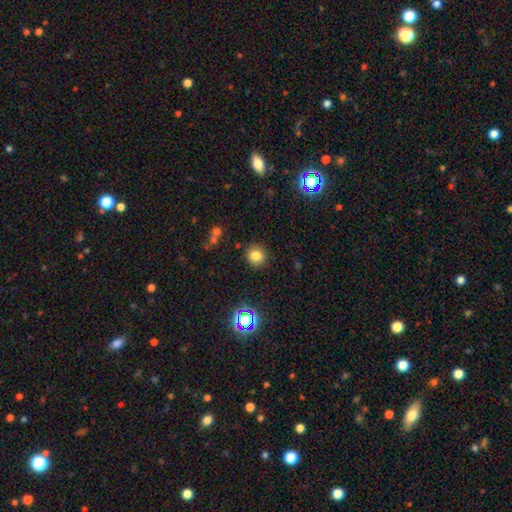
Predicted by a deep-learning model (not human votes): Morphology: type=smooth (79%); roundness=round (87%); merging=none (86%).